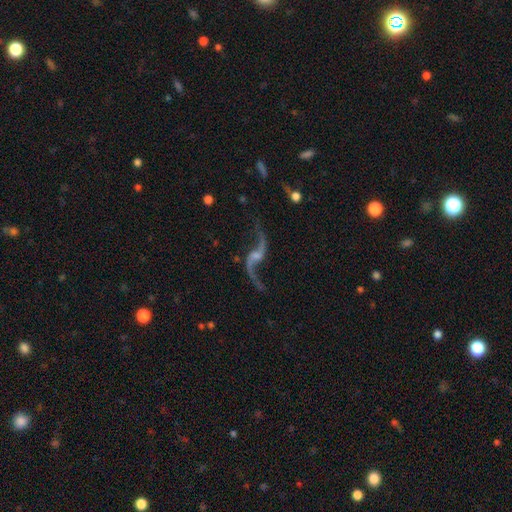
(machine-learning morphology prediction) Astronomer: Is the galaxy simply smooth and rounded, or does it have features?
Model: featured or disk — 90%.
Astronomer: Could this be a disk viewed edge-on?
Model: no — 95%.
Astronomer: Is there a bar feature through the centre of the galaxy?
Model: no — 46% (runner-up: weak, 38%).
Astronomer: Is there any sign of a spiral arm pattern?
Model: yes — 97%.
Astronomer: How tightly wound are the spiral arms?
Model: loose — 94%.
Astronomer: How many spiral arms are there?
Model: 2 — 94%.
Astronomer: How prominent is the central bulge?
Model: small — 47% (runner-up: moderate, 25%).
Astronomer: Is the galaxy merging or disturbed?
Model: none — 74%.